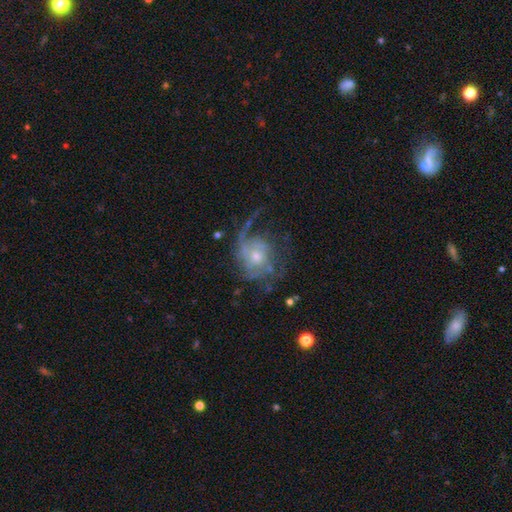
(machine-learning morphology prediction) A featured or disk galaxy (78%) with no bar (74%), 1 (34%) medium (37%) spiral arms (88%) and a moderate central bulge (50%). Merging: none (45%).